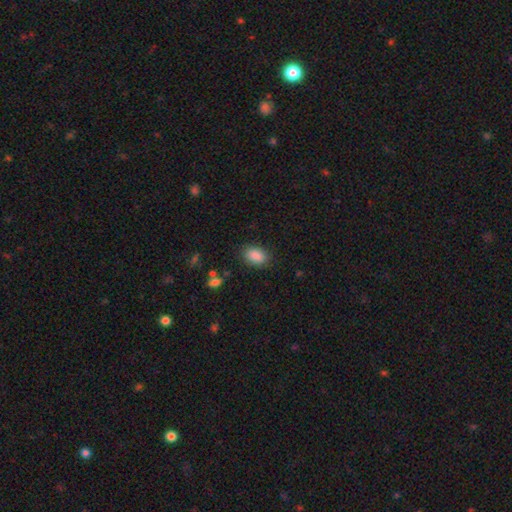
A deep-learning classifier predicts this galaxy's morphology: type=smooth (88%); roundness=in between (87%); merging=none (85%).